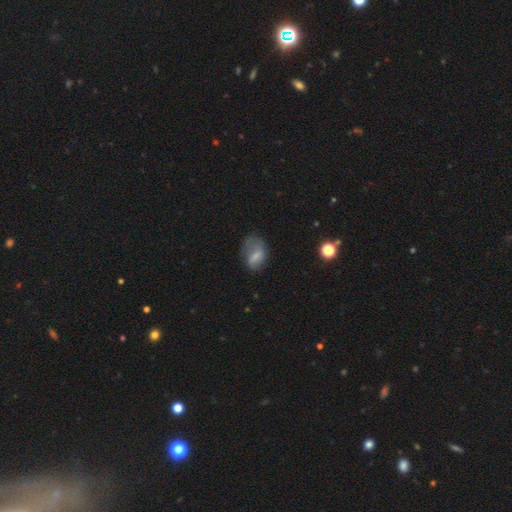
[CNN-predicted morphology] The model was most divided on "merging": none: 40%, minor disturbance: 31%, major disturbance: 26%, merger: 3%. More confident: how rounded — in between (79%); smooth or featured — smooth (61%).